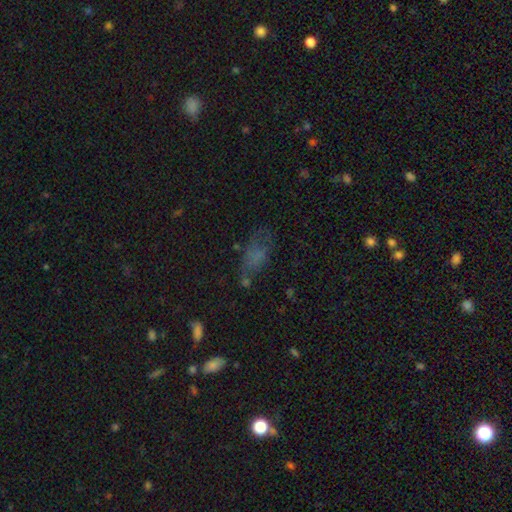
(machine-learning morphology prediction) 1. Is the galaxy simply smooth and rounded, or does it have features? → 56% smooth, 23% featured or disk, 20% star or artifact.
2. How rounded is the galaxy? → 81% in between, 12% cigar-shaped, 7% round.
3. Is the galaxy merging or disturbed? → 45% none, 25% minor disturbance, 23% major disturbance, 7% merger.